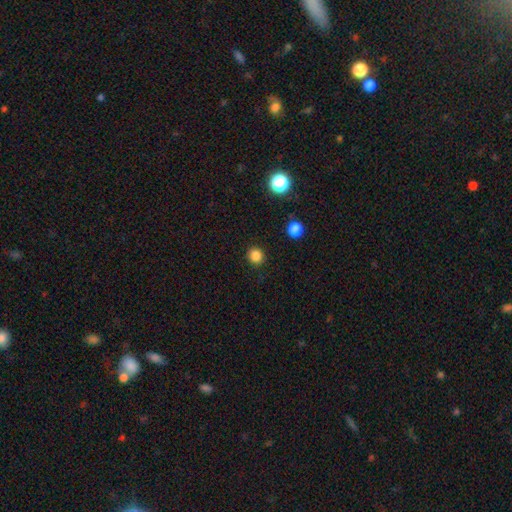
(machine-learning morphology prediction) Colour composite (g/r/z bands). It shows a smooth galaxy with no disk features (84%) that is round (90%). Merging: none (91%).